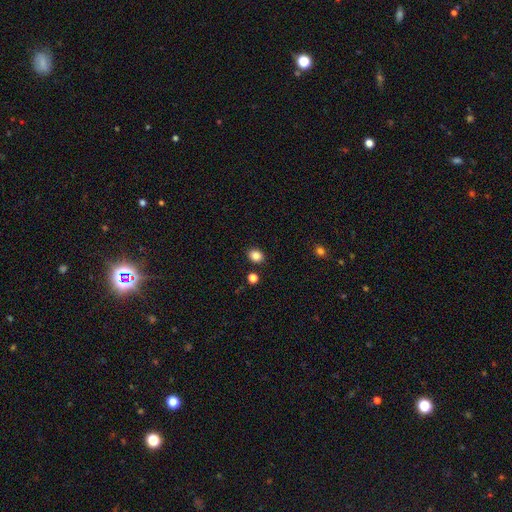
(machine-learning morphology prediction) smooth-or-featured: smooth: 85% | star or artifact: 11% | featured or disk: 4%
  how-rounded: round: 57% | in between: 43% | cigar-shaped: 1%
  merging: none: 87% | minor disturbance: 8% | merger: 3% | major disturbance: 2%